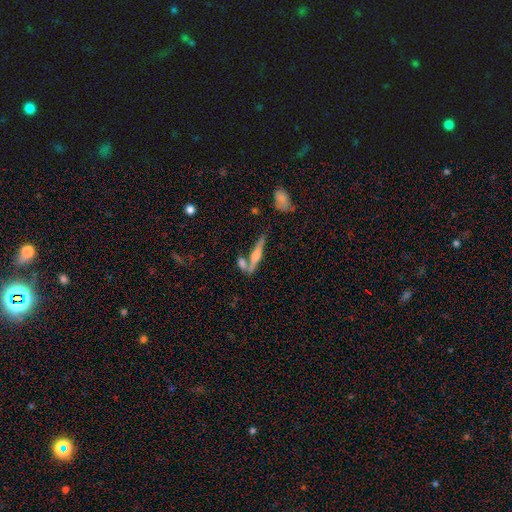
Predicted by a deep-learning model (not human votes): Morphology: type=featured or disk (68%); edge-on=yes (95%); edge-on bulge=rounded (90%); merging=none (63%).